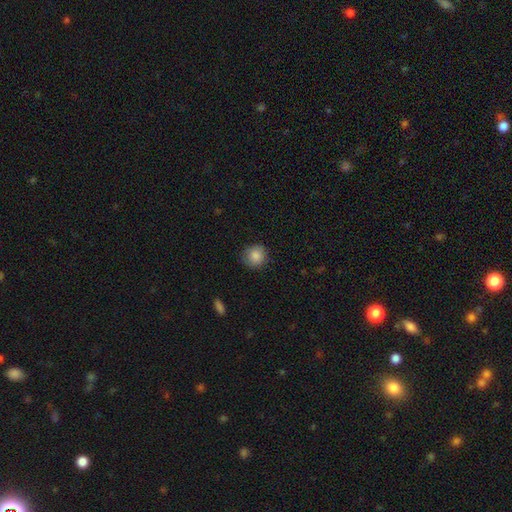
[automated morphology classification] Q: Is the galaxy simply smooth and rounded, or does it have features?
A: smooth — 85%.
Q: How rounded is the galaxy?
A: round — 91%.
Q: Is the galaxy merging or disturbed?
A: none — 85%.